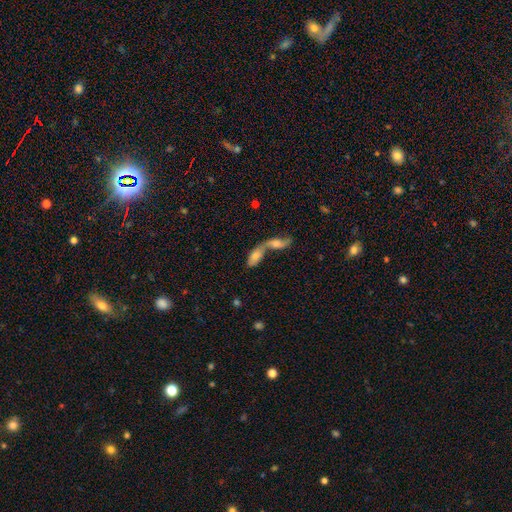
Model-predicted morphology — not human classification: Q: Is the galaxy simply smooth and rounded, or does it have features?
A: smooth — 49%.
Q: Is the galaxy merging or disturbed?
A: merger — 79%.